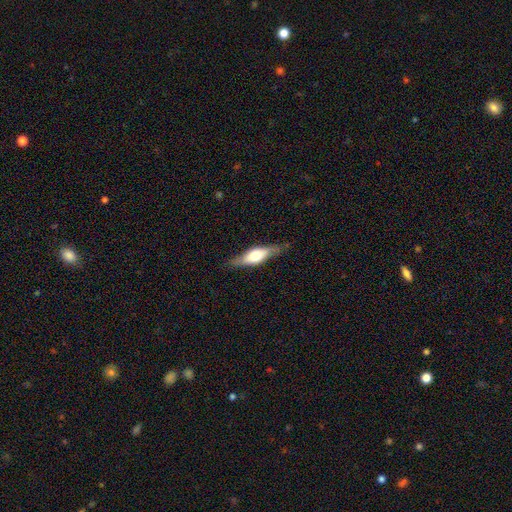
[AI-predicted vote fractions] Smooth or featured?
  - featured or disk: 57% *
  - smooth: 37%
  - star or artifact: 6%
Edge-on disk?
  - yes: 88% *
  - no: 12%
Edge-on bulge?
  - rounded: 88% *
  - boxy: 9%
  - none: 2%
Merging?
  - none: 80% *
  - minor disturbance: 16%
  - major disturbance: 4%
  - merger: 1%